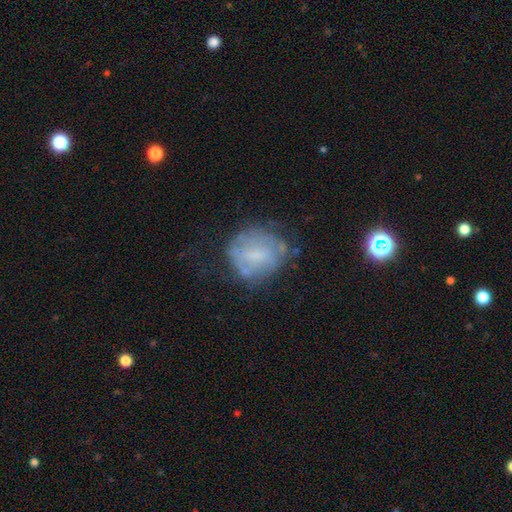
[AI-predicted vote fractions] Q: Smooth or featured?
A: featured or disk (47%); runner-up: smooth (41%)
Q: Merging?
A: none (55%); runner-up: minor disturbance (25%)